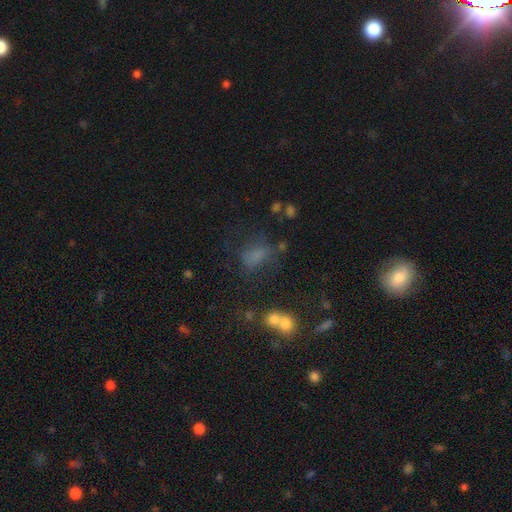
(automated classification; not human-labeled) This appears to be a smooth galaxy with no disk features (63%) that is in between round and cigar-shaped (75%). Merging: none (47%).